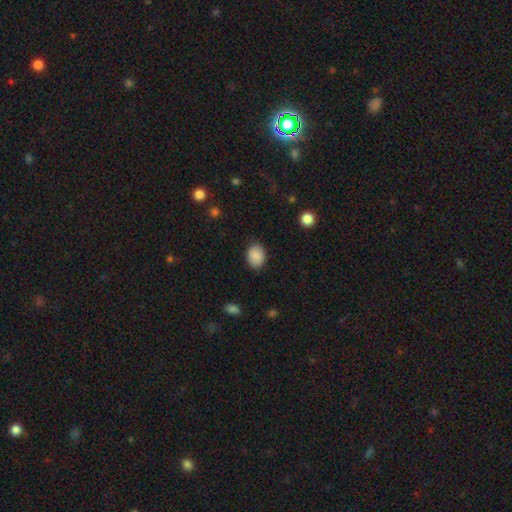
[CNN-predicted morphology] This is clearly a smooth galaxy (88%). How rounded: likely in between (64%). Merging: clearly none (84%).